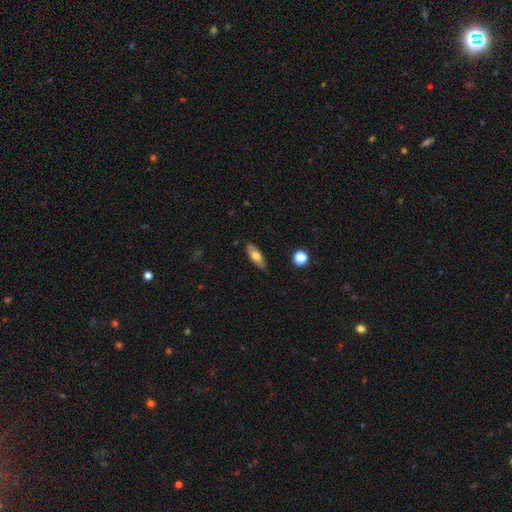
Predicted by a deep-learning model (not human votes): smooth 65%, featured or disk 28%, star or artifact 7%. Down the decision tree: how rounded — in between (67%); merging — none (85%).